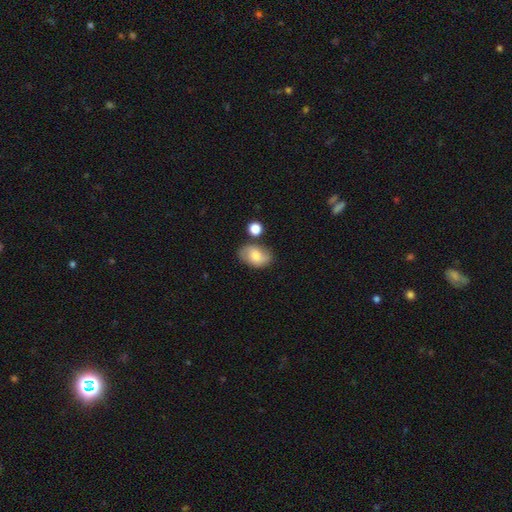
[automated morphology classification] This is possibly a smooth galaxy (59%). How rounded: clearly in between (83%). Merging: likely none (69%).